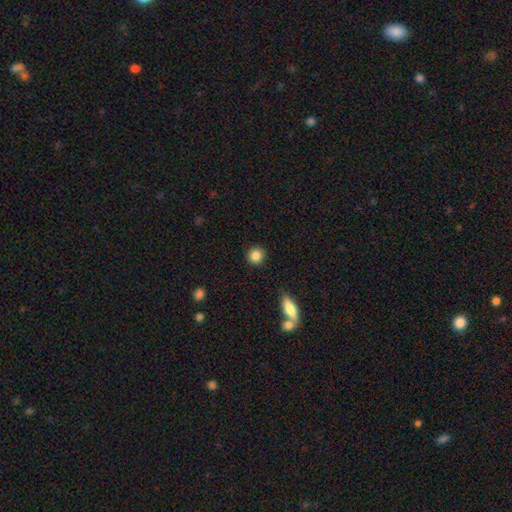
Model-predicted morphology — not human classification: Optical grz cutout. It shows a smooth galaxy with no disk features (87%) that is round (90%). Merging: none (90%).